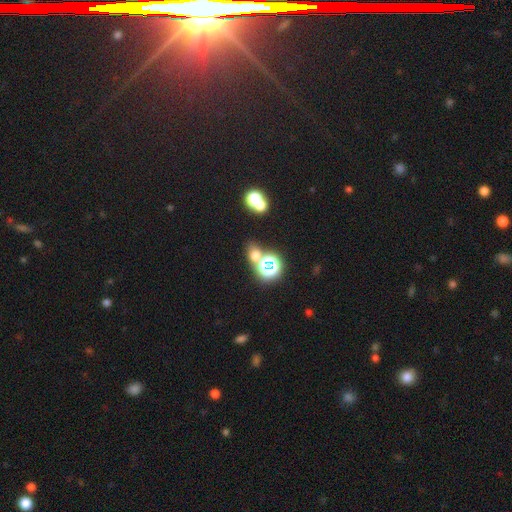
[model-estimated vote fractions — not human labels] smooth-or-featured: smooth: 55% | star or artifact: 35% | featured or disk: 10%
  how-rounded: round: 64% | in between: 34% | cigar-shaped: 2%
  merging: none: 63% | merger: 23% | minor disturbance: 9% | major disturbance: 5%